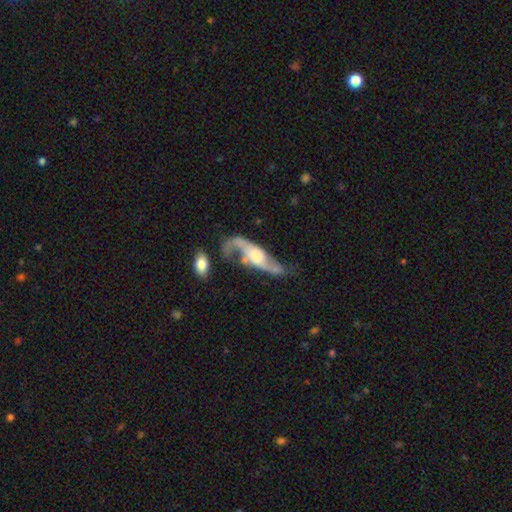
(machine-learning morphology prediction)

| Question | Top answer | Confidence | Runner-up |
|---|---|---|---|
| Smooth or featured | featured or disk | 84% | smooth (11%) |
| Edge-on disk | no | 85% | yes (15%) |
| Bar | no | 49% | weak (36%) |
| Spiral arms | yes | 94% | no (6%) |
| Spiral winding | loose | 74% | medium (21%) |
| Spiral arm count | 2 | 90% | 1 (4%) |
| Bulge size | moderate | 43% | large (24%) |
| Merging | none | 49% | minor disturbance (20%) |